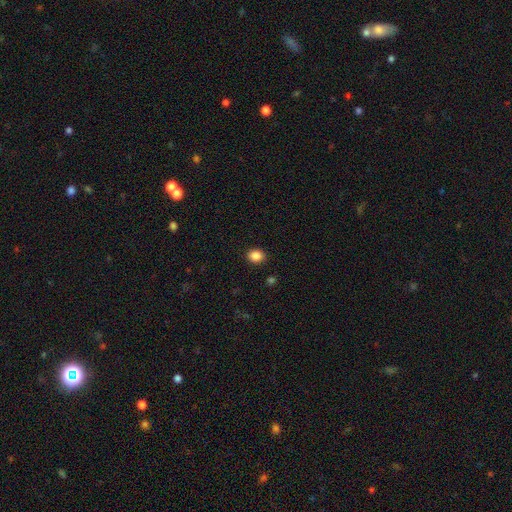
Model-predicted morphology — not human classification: Smooth or featured?
  - smooth: 87% *
  - star or artifact: 10%
  - featured or disk: 3%
How rounded?
  - round: 56% *
  - in between: 43%
  - cigar-shaped: 1%
Merging?
  - none: 90% *
  - minor disturbance: 7%
  - major disturbance: 2%
  - merger: 1%